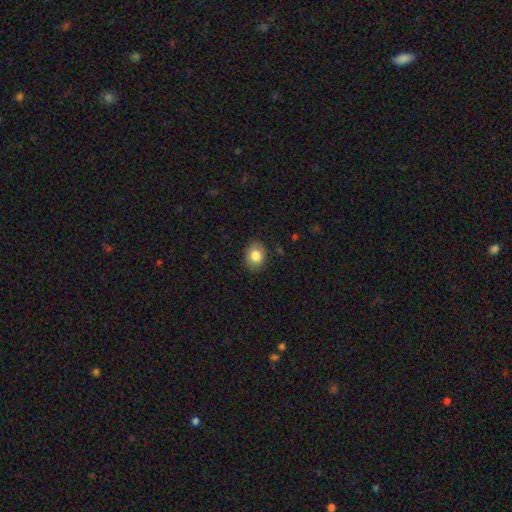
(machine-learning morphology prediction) Smooth or featured?
  - smooth: 83% *
  - star or artifact: 9%
  - featured or disk: 8%
How rounded?
  - round: 53% *
  - in between: 46%
  - cigar-shaped: 1%
Merging?
  - none: 85% *
  - minor disturbance: 11%
  - major disturbance: 3%
  - merger: 1%